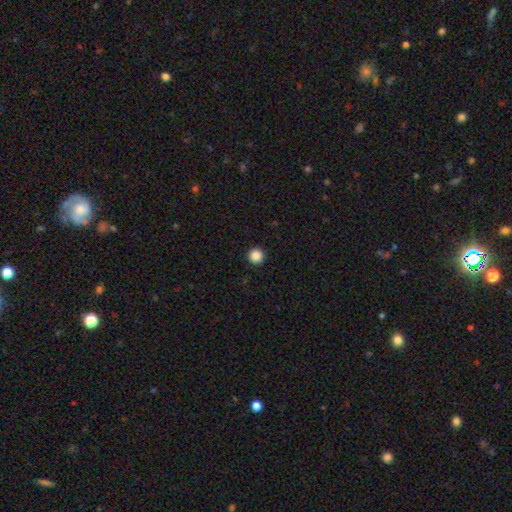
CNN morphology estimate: This is clearly a smooth galaxy (88%). How rounded: clearly round (97%). Merging: clearly none (94%).